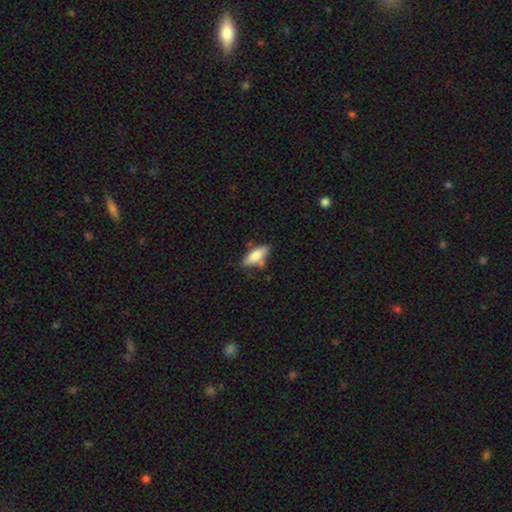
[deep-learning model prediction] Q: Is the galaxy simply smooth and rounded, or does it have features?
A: smooth — 72%.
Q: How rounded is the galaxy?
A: in between — 58%.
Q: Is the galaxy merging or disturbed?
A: none — 69%.